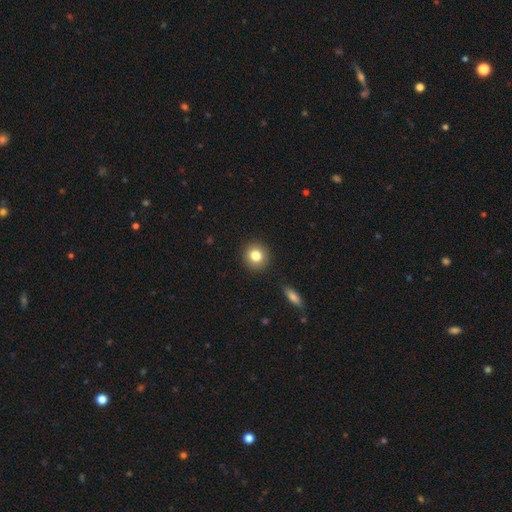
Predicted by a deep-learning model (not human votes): Smooth or featured? Predicted: smooth (p=0.82). How rounded? Predicted: round (p=0.90). Merging? Predicted: none (p=0.90).